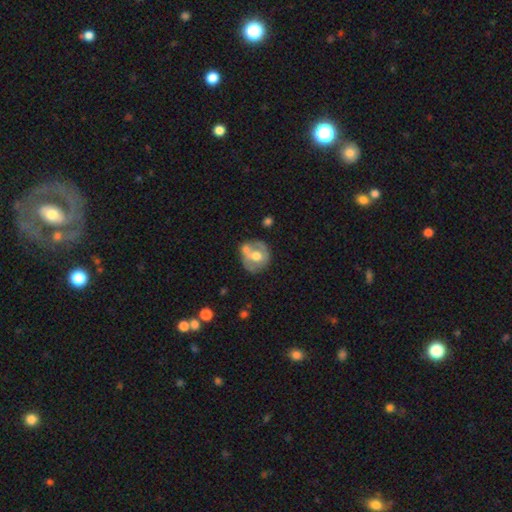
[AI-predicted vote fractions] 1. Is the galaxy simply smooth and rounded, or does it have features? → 50% featured or disk, 43% smooth, 7% star or artifact.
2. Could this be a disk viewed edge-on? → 95% no, 5% yes.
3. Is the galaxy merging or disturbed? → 47% none, 25% merger, 20% minor disturbance, 8% major disturbance.